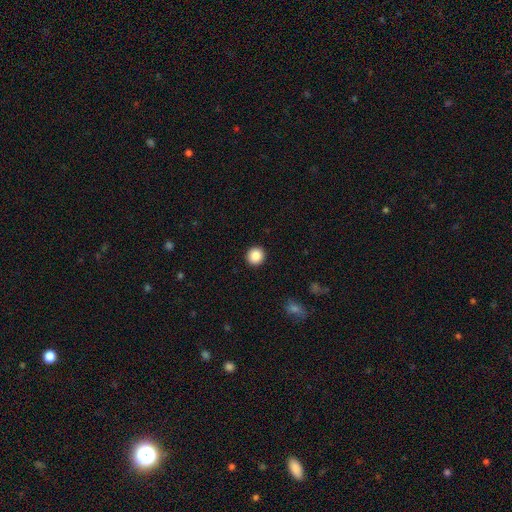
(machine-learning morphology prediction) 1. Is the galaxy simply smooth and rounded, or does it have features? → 88% smooth, 9% star or artifact, 4% featured or disk.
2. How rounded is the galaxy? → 94% round, 5% in between, 1% cigar-shaped.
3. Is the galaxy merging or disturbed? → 93% none, 4% minor disturbance, 2% major disturbance, 1% merger.